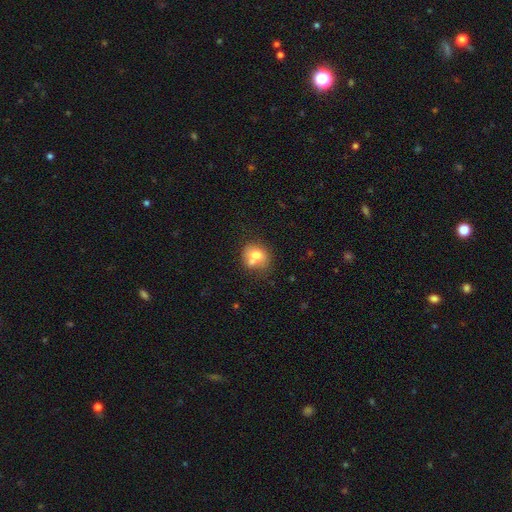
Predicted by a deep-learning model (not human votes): A smooth galaxy with no disk features (67%) that is round (70%). Merging: none (42%).